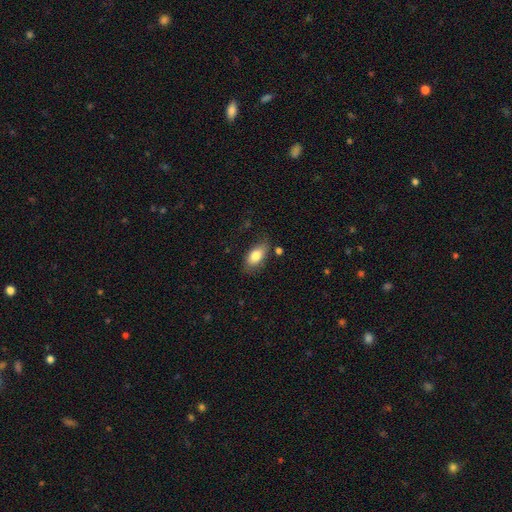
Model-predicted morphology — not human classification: type=smooth (81%); roundness=in between (89%); merging=none (74%).